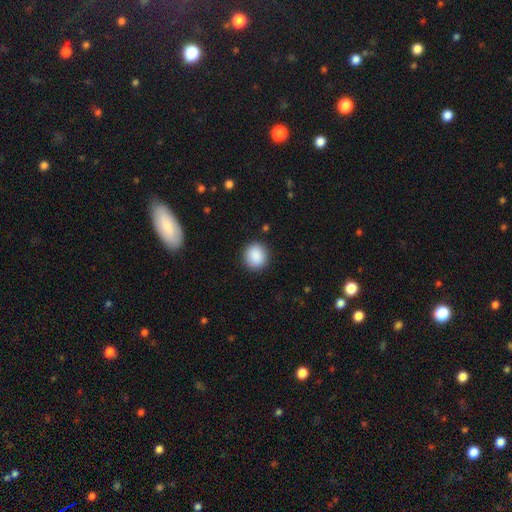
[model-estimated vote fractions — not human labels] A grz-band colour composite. It shows a smooth galaxy with no disk features (89%) that is round (87%). Merging: none (90%).